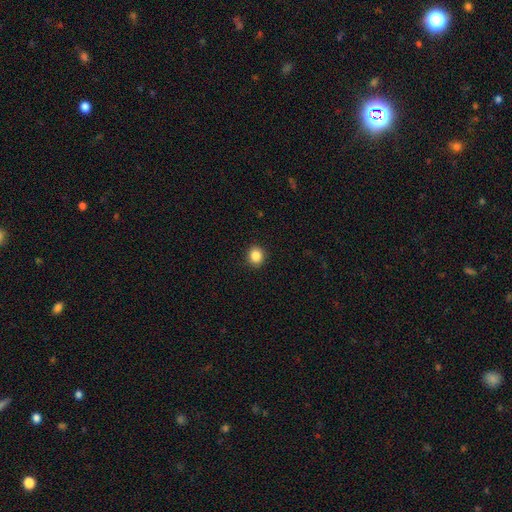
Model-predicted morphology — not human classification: smooth_or_featured: smooth (p=0.86) [alt: star or artifact p=0.10]
how_rounded: round (p=0.78) [alt: in between p=0.21]
merging: none (p=0.92) [alt: minor disturbance p=0.05]